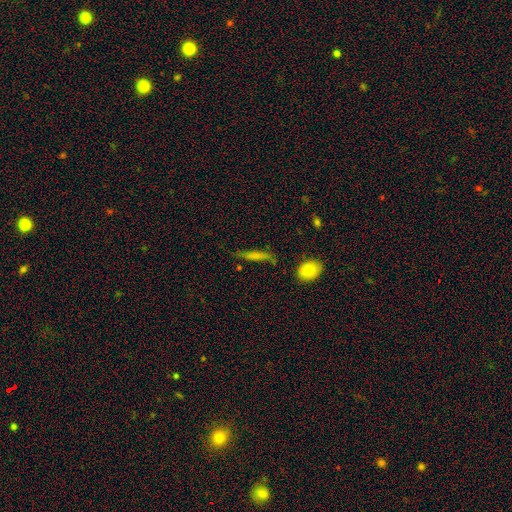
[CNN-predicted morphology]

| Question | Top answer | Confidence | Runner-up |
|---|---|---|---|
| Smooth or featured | smooth | 65% | featured or disk (26%) |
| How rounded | cigar-shaped | 84% | in between (13%) |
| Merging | none | 71% | minor disturbance (19%) |